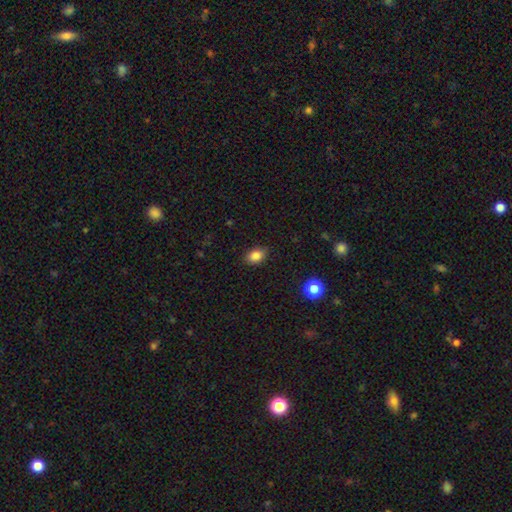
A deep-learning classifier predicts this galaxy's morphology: Overall: smooth (84%). How rounded: in between (77%). Merging: none (85%).